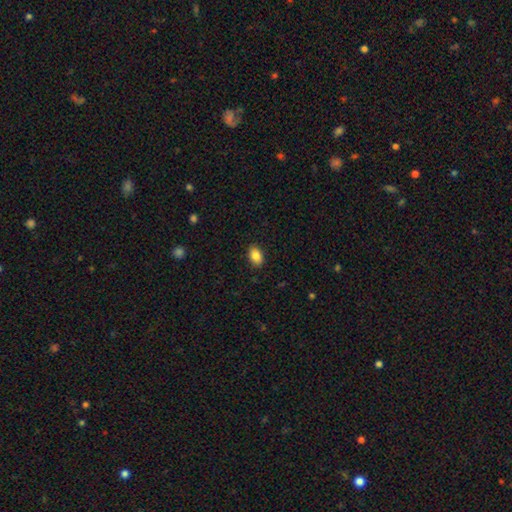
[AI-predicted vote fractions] A smooth galaxy with no disk features (87%) that is in between round and cigar-shaped (86%). Merging: none (88%).